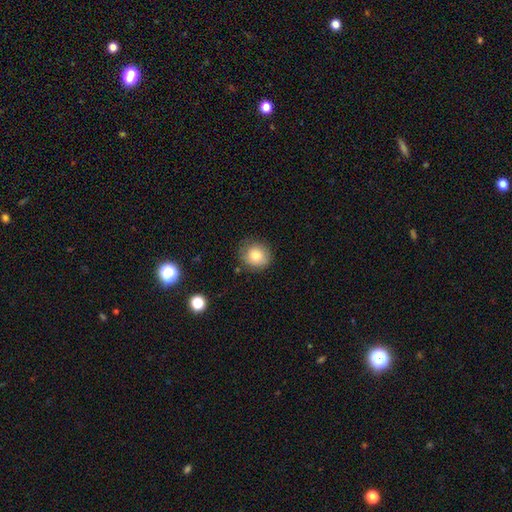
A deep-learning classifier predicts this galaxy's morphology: Overall: smooth (76%). How rounded: round (84%). Merging: none (80%).